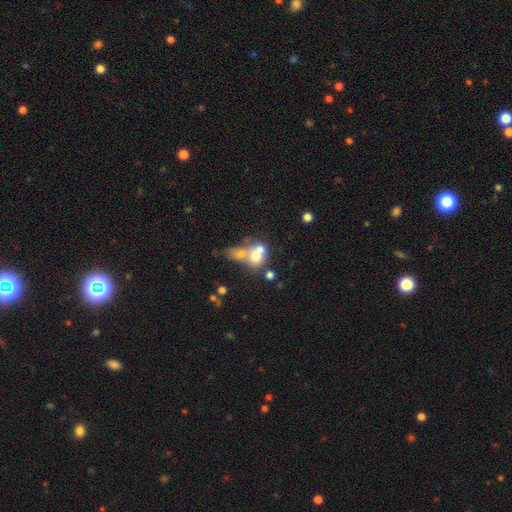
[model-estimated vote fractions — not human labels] Overall: smooth (60%; featured or disk 28%). How rounded: round (57%; in between 41%). Merging: merger (65%).